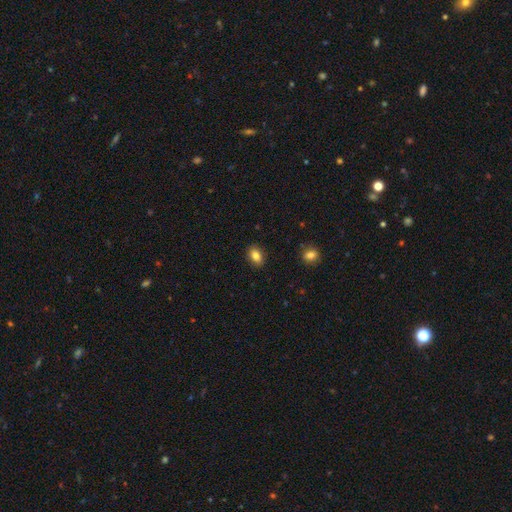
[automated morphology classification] The model was most divided on "how rounded": in between: 80%, round: 19%, cigar-shaped: 1%. More confident: merging — none (88%); smooth or featured — smooth (84%).